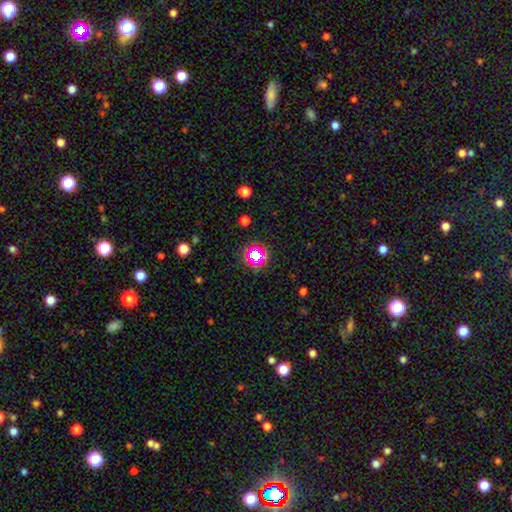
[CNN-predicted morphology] smooth-or-featured: star or artifact: 58% | smooth: 31% | featured or disk: 11%